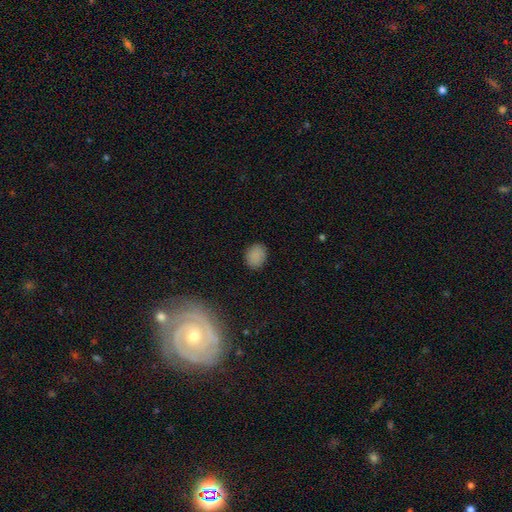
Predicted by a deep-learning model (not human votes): Overall: smooth (85%). How rounded: in between (55%; round 44%). Merging: none (86%).